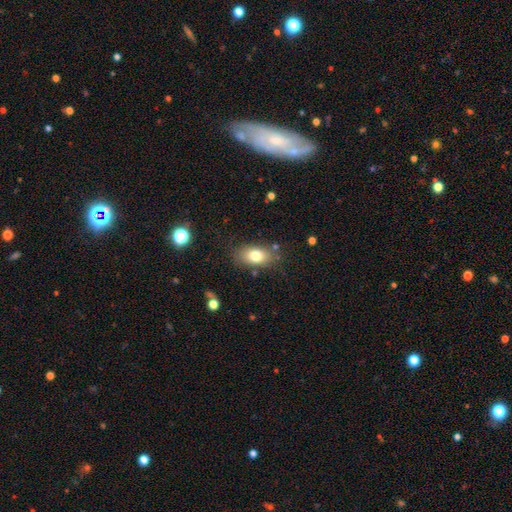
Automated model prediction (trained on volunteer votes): Q: Smooth or featured?
A: smooth (77%); runner-up: featured or disk (14%)
Q: How rounded?
A: in between (87%); runner-up: round (10%)
Q: Merging?
A: none (79%); runner-up: minor disturbance (14%)